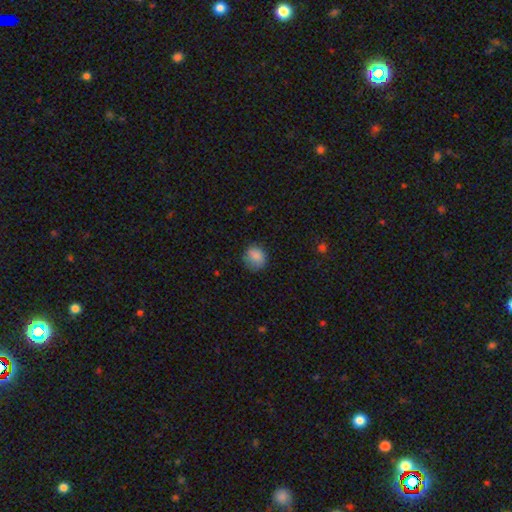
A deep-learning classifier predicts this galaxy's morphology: A smooth galaxy with no disk features (85%) that is round (76%). Merging: none (69%).